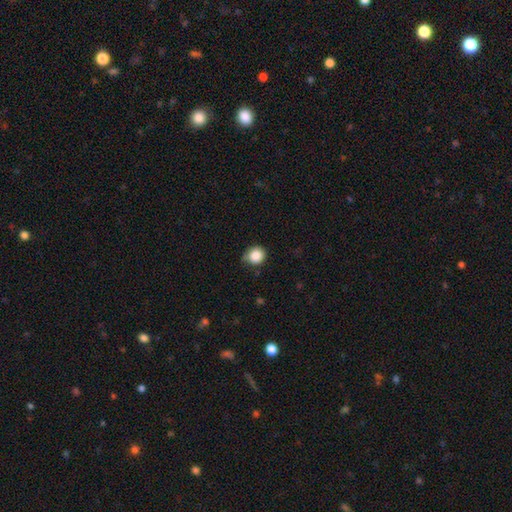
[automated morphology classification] Smooth or featured? smooth (86%)
How rounded? round (86%)
Merging? none (69%)